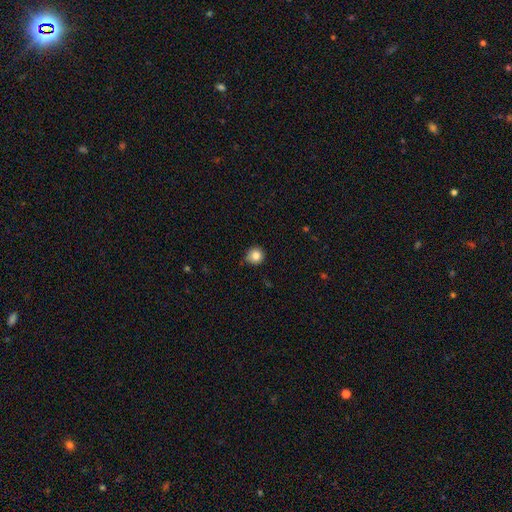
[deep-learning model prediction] smooth-or-featured: smooth: 83% | star or artifact: 10% | featured or disk: 6%
  how-rounded: round: 93% | in between: 6% | cigar-shaped: 1%
  merging: none: 82% | minor disturbance: 14% | major disturbance: 2% | merger: 2%